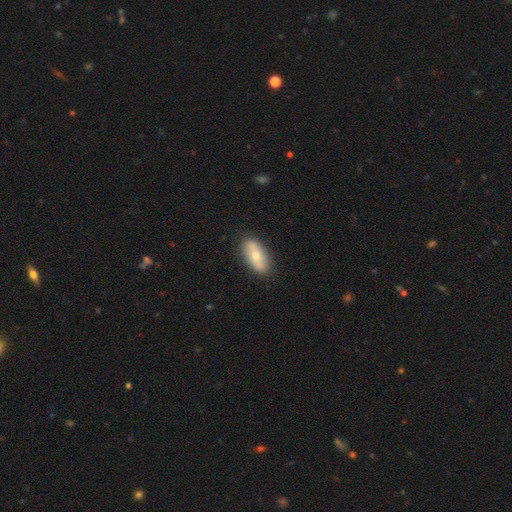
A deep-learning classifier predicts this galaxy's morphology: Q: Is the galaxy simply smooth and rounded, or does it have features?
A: smooth — 61%.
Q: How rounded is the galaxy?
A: in between — 88%.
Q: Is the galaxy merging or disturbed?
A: none — 86%.